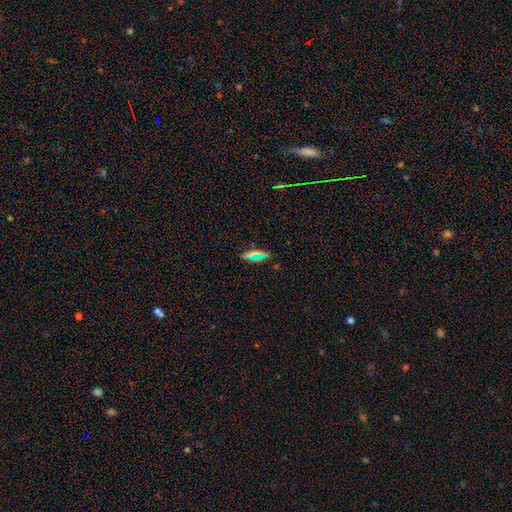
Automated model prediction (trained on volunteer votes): Smooth or featured?
  - smooth: 59% *
  - star or artifact: 26%
  - featured or disk: 15%
How rounded?
  - in between: 65% *
  - cigar-shaped: 27%
  - round: 8%
Merging?
  - none: 75% *
  - minor disturbance: 16%
  - major disturbance: 6%
  - merger: 4%